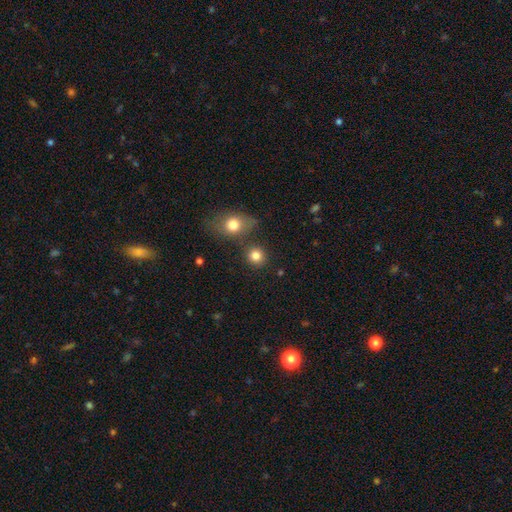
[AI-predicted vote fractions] smooth 82%, star or artifact 11%, featured or disk 6%. Down the decision tree: how rounded — round (87%); merging — none (77%).